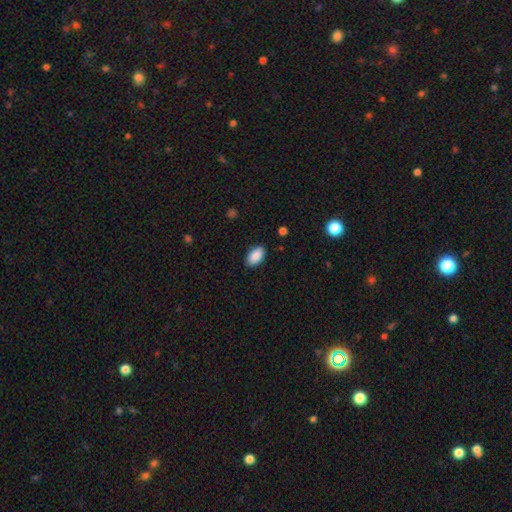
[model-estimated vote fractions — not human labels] smooth_or_featured: smooth (p=0.89) [alt: star or artifact p=0.07]
how_rounded: in between (p=0.95) [alt: round p=0.04]
merging: none (p=0.87) [alt: minor disturbance p=0.10]